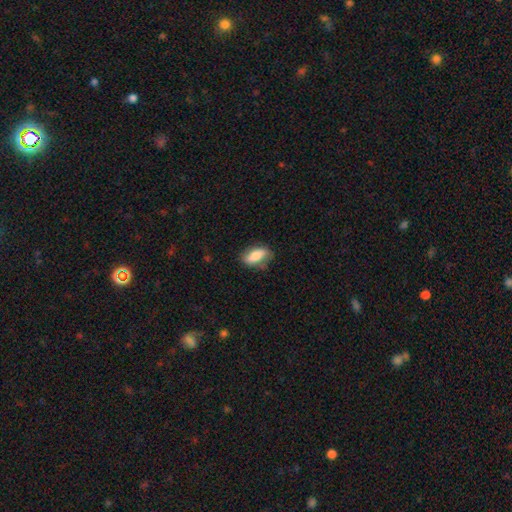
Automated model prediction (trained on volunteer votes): This is likely a smooth galaxy (75%). How rounded: clearly in between (84%). Merging: likely none (73%).